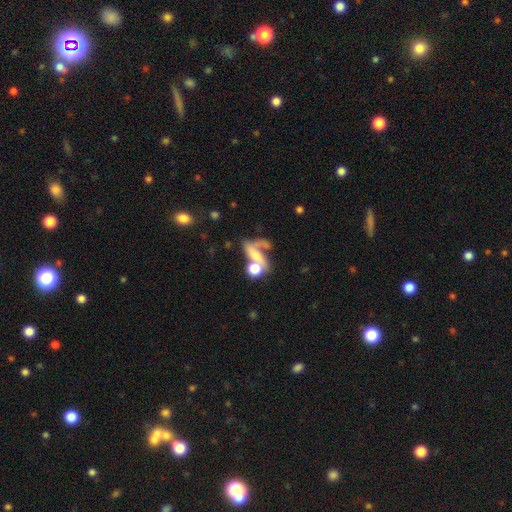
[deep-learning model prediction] A smooth galaxy with no disk features (48%).

Vote fractions:
- Smooth or featured? smooth: 48% / featured or disk: 38% / star or artifact: 14%
- Merging? merger: 50% / major disturbance: 21% / none: 19% / minor disturbance: 10%